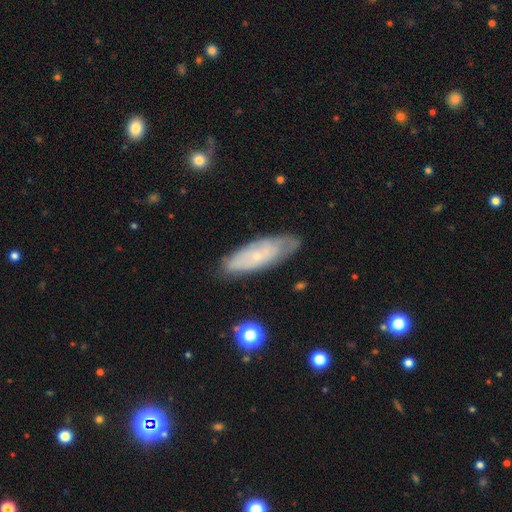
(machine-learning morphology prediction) smooth_or_featured: featured or disk (p=0.52) [alt: smooth p=0.41]
disk_edge_on: no (p=0.78) [alt: yes p=0.22]
merging: none (p=0.76) [alt: minor disturbance p=0.18]